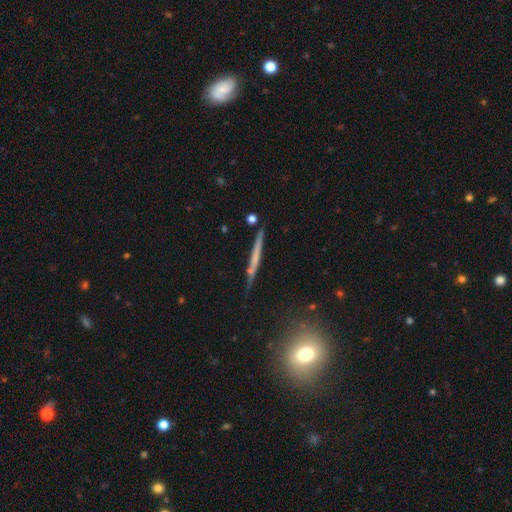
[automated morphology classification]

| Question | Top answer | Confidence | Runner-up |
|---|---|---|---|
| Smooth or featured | featured or disk | 49% | smooth (44%) |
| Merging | none | 78% | minor disturbance (14%) |